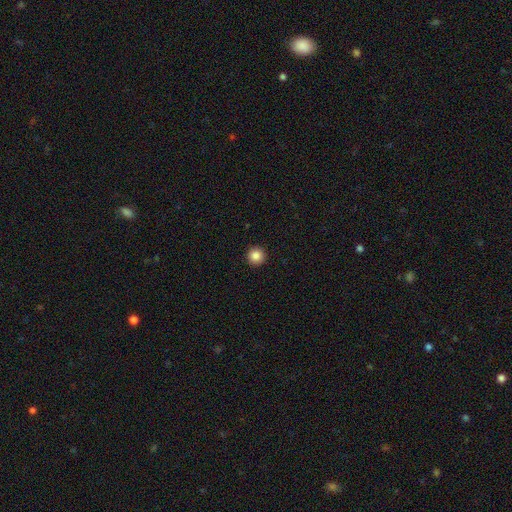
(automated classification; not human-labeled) A smooth galaxy with no disk features (86%) that is round (96%). Merging: none (94%).